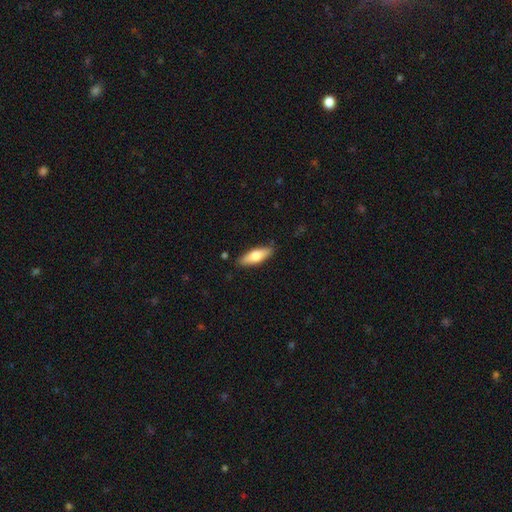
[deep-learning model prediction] Smooth or featured?
  - smooth: 66% *
  - featured or disk: 29%
  - star or artifact: 6%
How rounded?
  - in between: 56% *
  - cigar-shaped: 41%
  - round: 2%
Merging?
  - none: 86% *
  - minor disturbance: 11%
  - major disturbance: 2%
  - merger: 2%